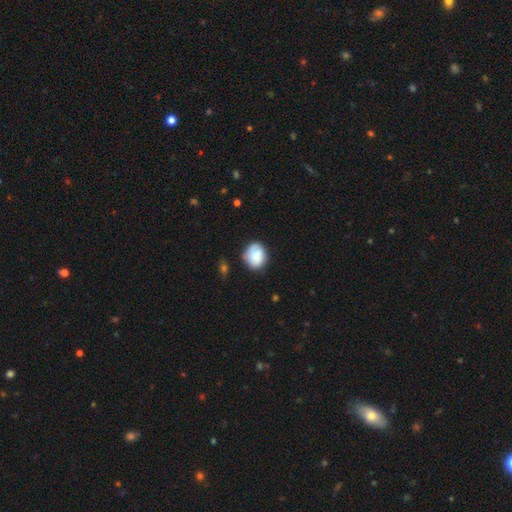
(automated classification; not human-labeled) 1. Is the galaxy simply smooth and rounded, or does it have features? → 78% smooth, 15% featured or disk, 8% star or artifact.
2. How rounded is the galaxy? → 58% round, 41% in between, 1% cigar-shaped.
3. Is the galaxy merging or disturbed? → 66% none, 25% minor disturbance, 6% major disturbance, 3% merger.